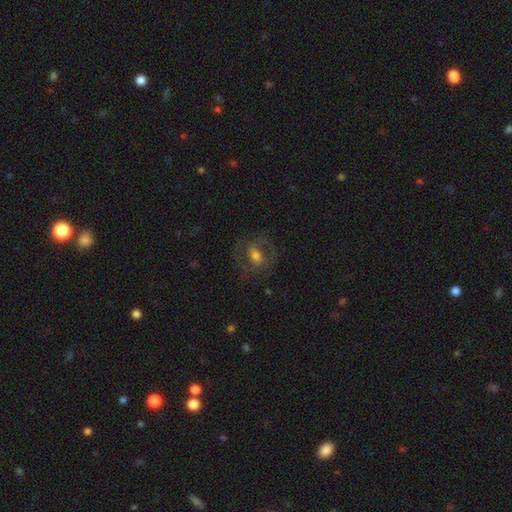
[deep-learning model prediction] Smooth or featured? Predicted: featured or disk (p=0.57). Edge-on disk? Predicted: no (p=0.96). Bar? Predicted: weak (p=0.42). Spiral arms? Predicted: yes (p=0.67). Bulge size? Predicted: moderate (p=0.56). Merging? Predicted: none (p=0.69).